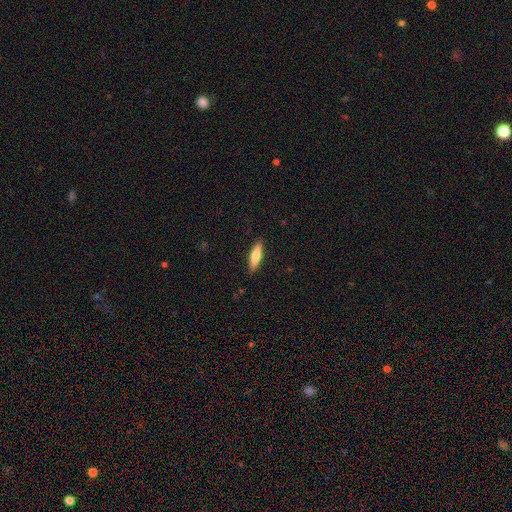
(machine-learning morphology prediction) Smooth or featured: smooth — 75% (featured or disk — 20%)
How rounded: cigar-shaped — 63% (in between — 35%)
Merging: none — 89% (minor disturbance — 8%)